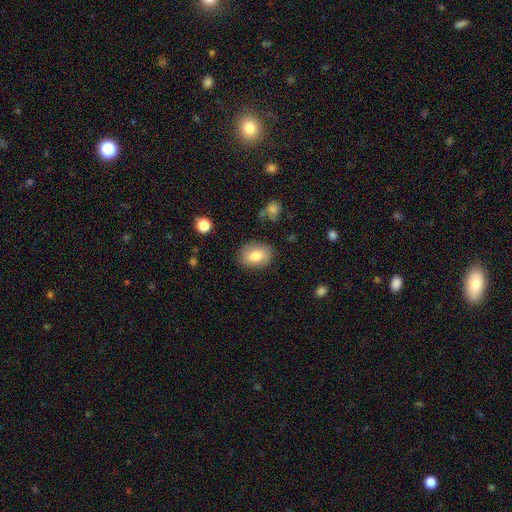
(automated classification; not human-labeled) smooth_or_featured: smooth (p=0.81) [alt: featured or disk p=0.11]
how_rounded: in between (p=0.72) [alt: round p=0.27]
merging: none (p=0.83) [alt: minor disturbance p=0.12]